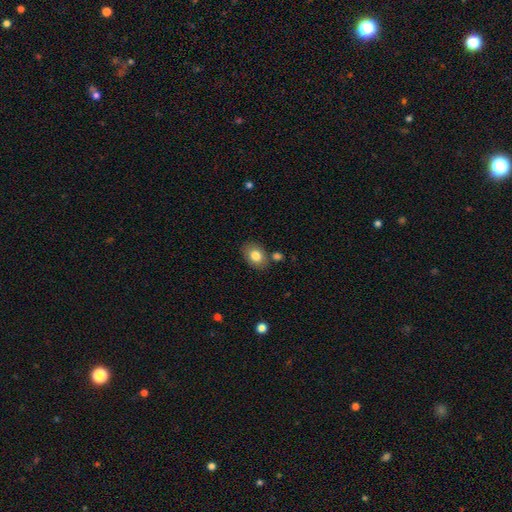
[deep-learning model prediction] This appears to be a smooth galaxy with no disk features (81%) that is in between round and cigar-shaped (69%). Merging: none (76%).